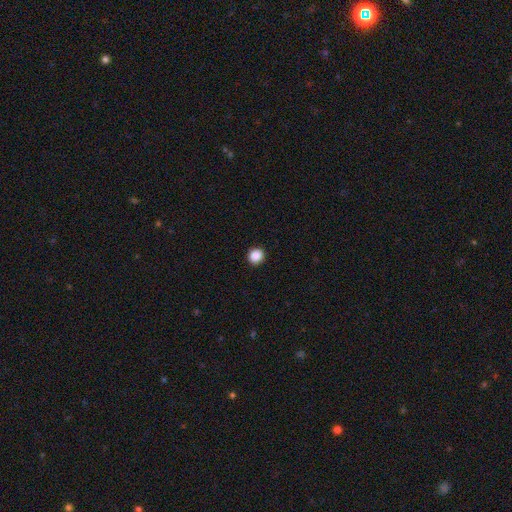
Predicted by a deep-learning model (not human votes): smooth-or-featured: smooth: 88% | star or artifact: 10% | featured or disk: 3%
  how-rounded: round: 92% | in between: 7% | cigar-shaped: 1%
  merging: none: 93% | minor disturbance: 4% | major disturbance: 2% | merger: 1%